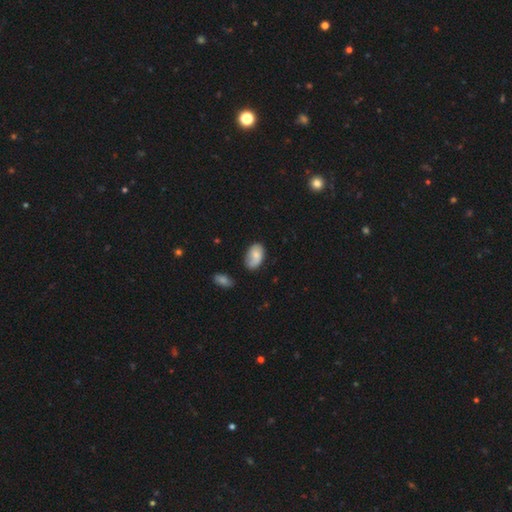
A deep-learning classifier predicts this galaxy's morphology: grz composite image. It shows a smooth galaxy with no disk features (70%) that is in between round and cigar-shaped (90%). Merging: none (60%).